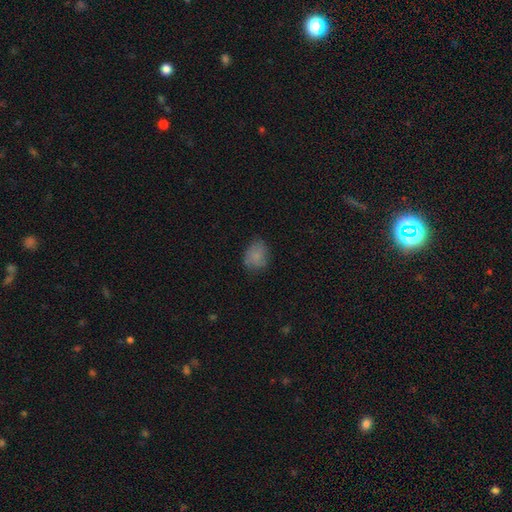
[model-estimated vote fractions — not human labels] This is likely a smooth galaxy (78%). How rounded: possibly in between (54%). Merging: likely none (64%).